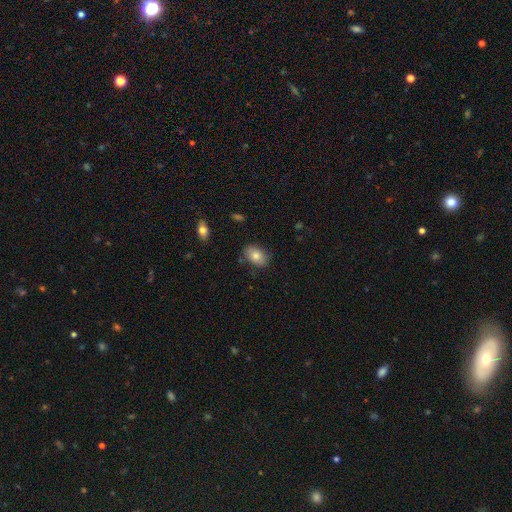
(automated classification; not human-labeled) The model was most divided on "merging": none: 80%, minor disturbance: 14%, major disturbance: 3%, merger: 2%. More confident: how rounded — in between (86%); smooth or featured — smooth (81%).